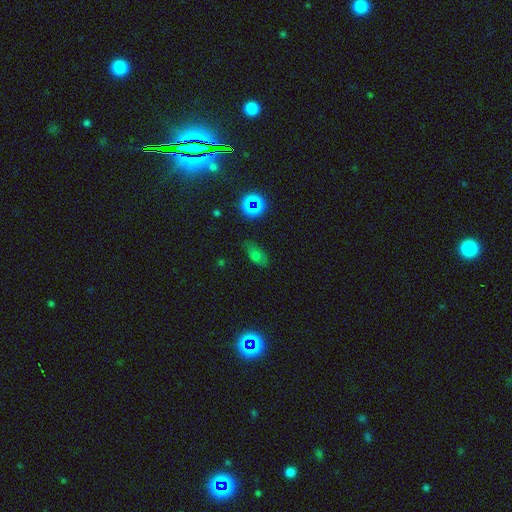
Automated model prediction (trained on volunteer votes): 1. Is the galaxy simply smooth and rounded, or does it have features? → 61% smooth, 21% star or artifact, 18% featured or disk.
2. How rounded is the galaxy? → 83% in between, 10% round, 6% cigar-shaped.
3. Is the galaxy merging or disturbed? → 73% none, 19% minor disturbance, 5% major disturbance, 2% merger.